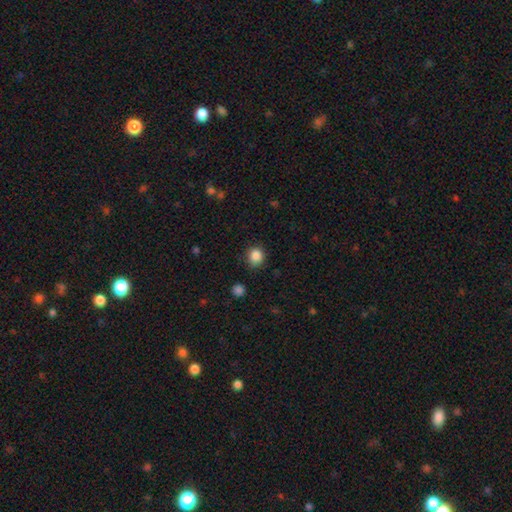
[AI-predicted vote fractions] Overall: smooth (86%). How rounded: round (85%). Merging: none (82%).